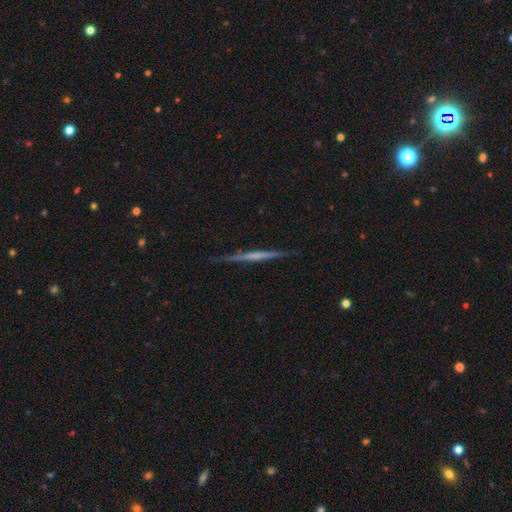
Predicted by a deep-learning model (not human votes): Overall: featured or disk (66%; smooth 28%). Edge-on disk: yes (97%). Edge-on bulge: none (64%). Merging: none (87%).